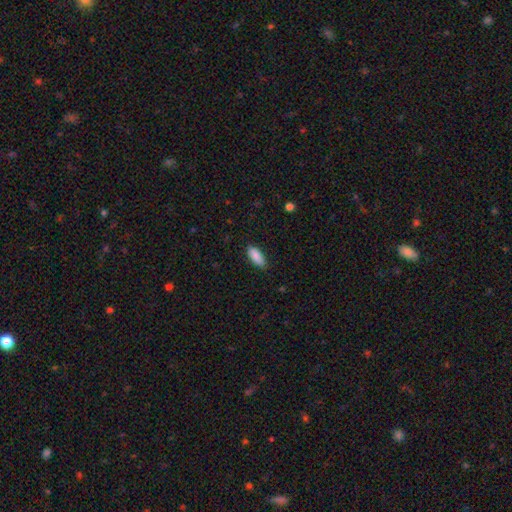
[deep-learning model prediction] This is clearly a smooth galaxy (89%). How rounded: clearly in between (80%). Merging: clearly none (83%).